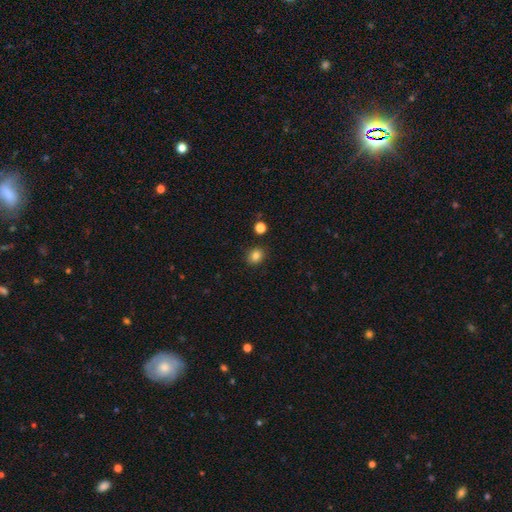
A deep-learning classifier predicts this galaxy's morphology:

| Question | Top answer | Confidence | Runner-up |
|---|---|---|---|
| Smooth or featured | smooth | 84% | star or artifact (11%) |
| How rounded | round | 66% | in between (33%) |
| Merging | none | 87% | minor disturbance (8%) |